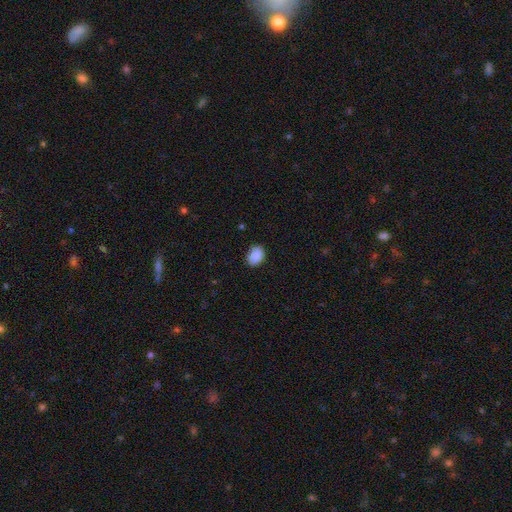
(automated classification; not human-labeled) This is clearly a smooth galaxy (89%). How rounded: likely in between (68%). Merging: clearly none (83%).